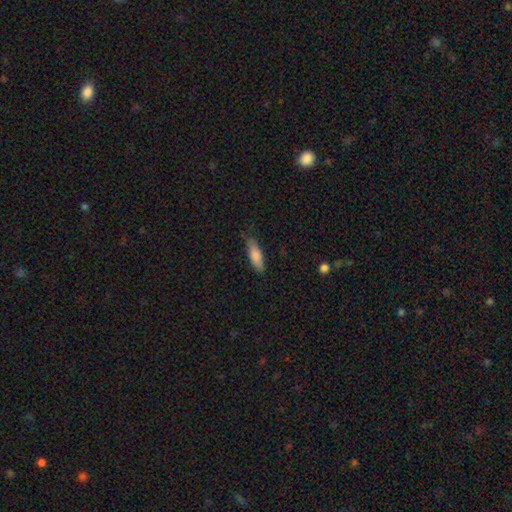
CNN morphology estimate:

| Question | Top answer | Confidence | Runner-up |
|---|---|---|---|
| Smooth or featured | smooth | 82% | featured or disk (12%) |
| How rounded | cigar-shaped | 54% | in between (44%) |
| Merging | none | 80% | minor disturbance (16%) |